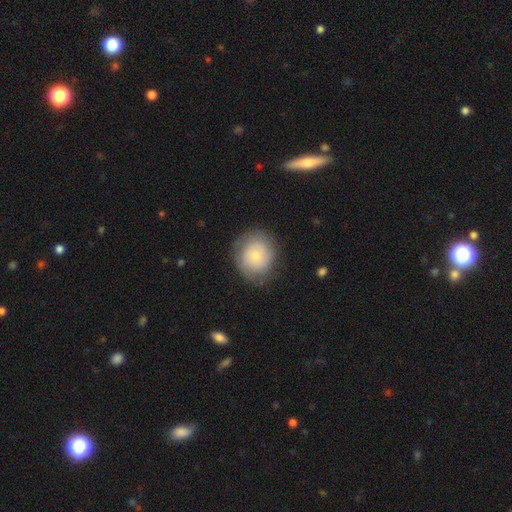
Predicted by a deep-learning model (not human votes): Overall: smooth (53%; featured or disk 39%). How rounded: round (75%). Merging: none (77%).